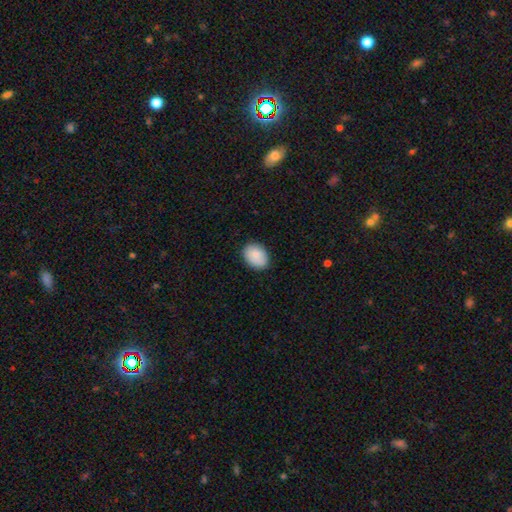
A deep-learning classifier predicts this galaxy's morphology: Smooth or featured?
  - smooth: 87% *
  - star or artifact: 7%
  - featured or disk: 6%
How rounded?
  - in between: 73% *
  - round: 26%
  - cigar-shaped: 1%
Merging?
  - none: 86% *
  - minor disturbance: 11%
  - major disturbance: 2%
  - merger: 1%